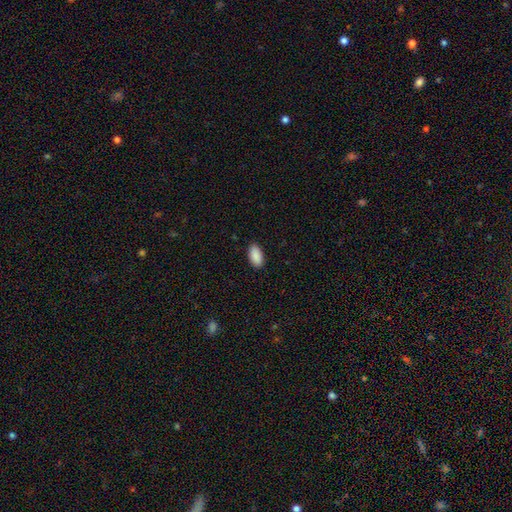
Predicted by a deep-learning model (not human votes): A smooth galaxy with no disk features (91%) that is in between round and cigar-shaped (95%).

Vote fractions:
- Smooth or featured? smooth: 91% / star or artifact: 6% / featured or disk: 3%
- How rounded? in between: 95% / cigar-shaped: 3% / round: 2%
- Merging? none: 89% / minor disturbance: 8% / major disturbance: 2% / merger: 1%